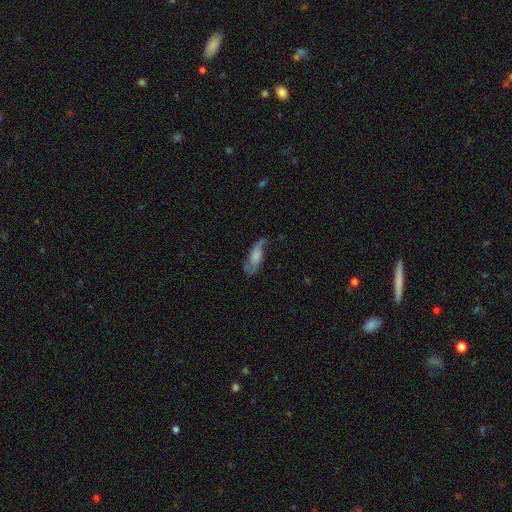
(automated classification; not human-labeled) Smooth or featured? featured or disk (59%)
Edge-on disk? no (85%)
Bar? no (63%)
Spiral arms? yes (88%)
Bulge size? none (36%)
Merging? none (56%)